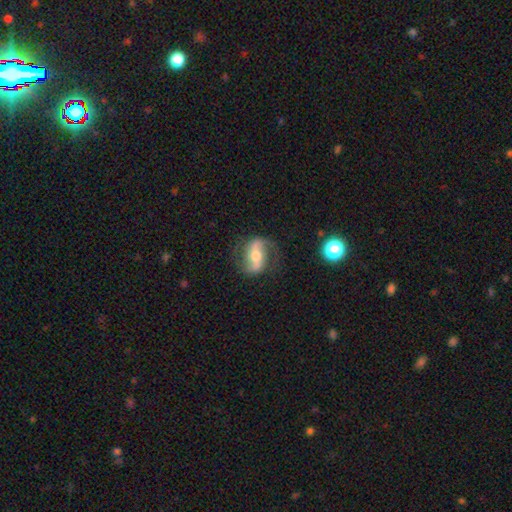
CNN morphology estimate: smooth_or_featured: featured or disk (p=0.78) [alt: smooth p=0.15]
disk_edge_on: no (p=0.94) [alt: yes p=0.06]
bar: strong (p=0.46) [alt: weak p=0.29]
has_spiral_arms: yes (p=0.90) [alt: no p=0.10]
spiral_winding: loose (p=0.54) [alt: medium p=0.34]
spiral_arm_count: 2 (p=0.89) [alt: can't tell p=0.04]
bulge_size: moderate (p=0.65) [alt: small p=0.26]
merging: none (p=0.77) [alt: minor disturbance p=0.14]